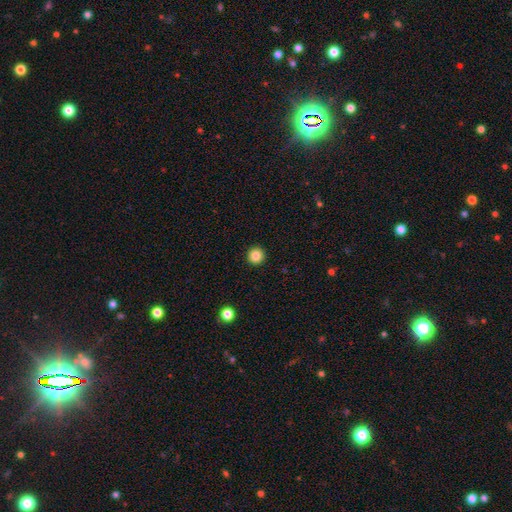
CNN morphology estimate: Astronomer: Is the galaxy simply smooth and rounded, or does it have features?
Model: smooth — 85%.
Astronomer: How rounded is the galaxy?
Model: round — 96%.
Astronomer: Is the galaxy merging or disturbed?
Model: none — 94%.